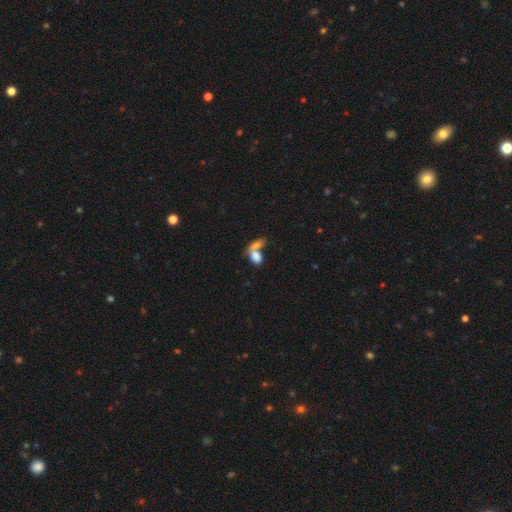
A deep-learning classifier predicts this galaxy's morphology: type=smooth (76%); roundness=in between (83%); merging=merger (68%).